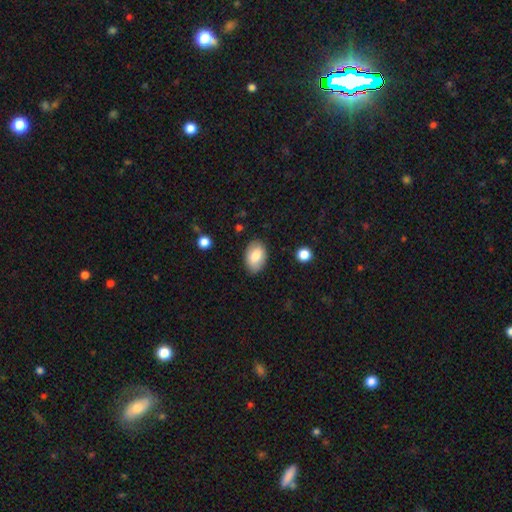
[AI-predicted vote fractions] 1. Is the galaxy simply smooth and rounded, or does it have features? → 80% smooth, 14% featured or disk, 7% star or artifact.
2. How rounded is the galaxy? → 90% in between, 8% round, 1% cigar-shaped.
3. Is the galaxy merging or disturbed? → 84% none, 12% minor disturbance, 3% major disturbance, 1% merger.